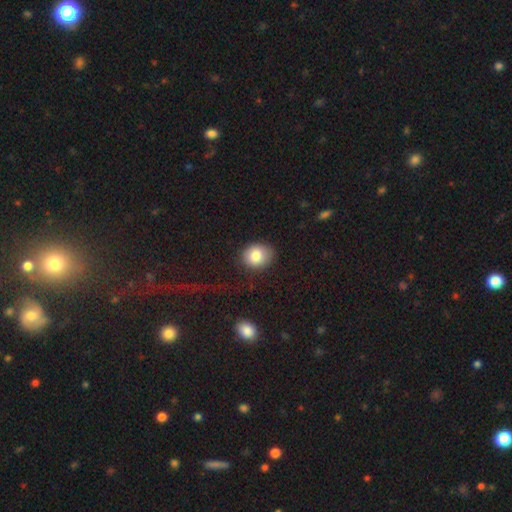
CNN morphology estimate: Smooth or featured: smooth — 84% (star or artifact — 9%)
How rounded: round — 59% (in between — 40%)
Merging: none — 80% (minor disturbance — 14%)